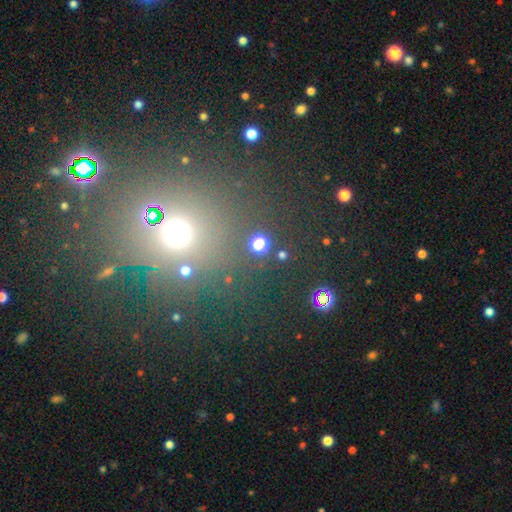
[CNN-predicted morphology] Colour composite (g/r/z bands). It shows a star or artifact, not a galaxy (54%).